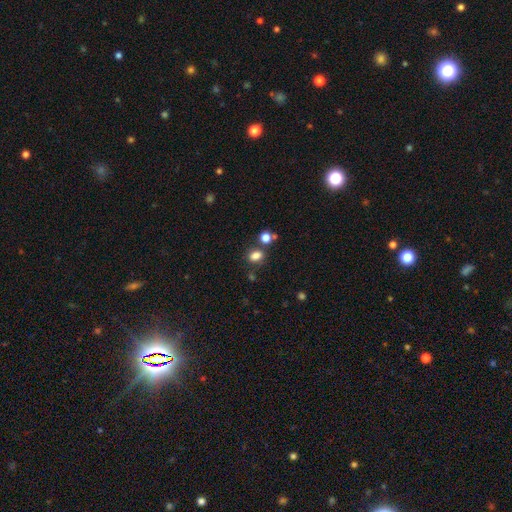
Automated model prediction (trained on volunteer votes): This appears to be a smooth galaxy with no disk features (81%) that is in between round and cigar-shaped (67%). Merging: none (69%).